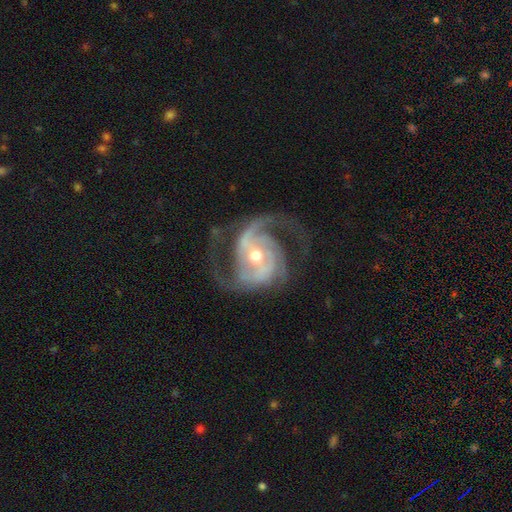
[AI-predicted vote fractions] featured or disk 92%, star or artifact 5%, smooth 4%. Down the decision tree: edge-on disk — no (98%); bar — no (42%); spiral arms — yes (98%); spiral arm count — 2 (59%); spiral winding — medium (55%); bulge size — moderate (58%); merging — none (69%).